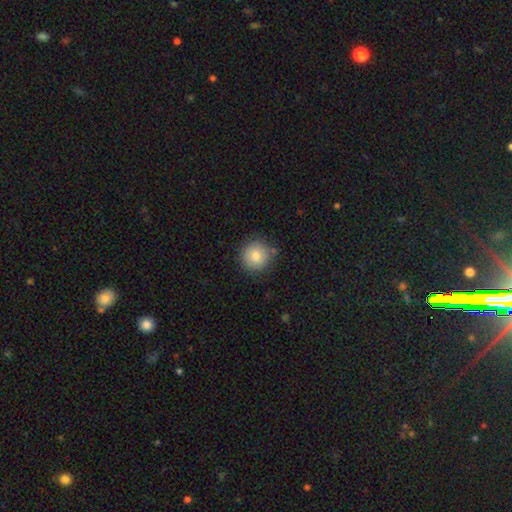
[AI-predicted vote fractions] Smooth or featured? smooth (82%)
How rounded? round (94%)
Merging? none (85%)